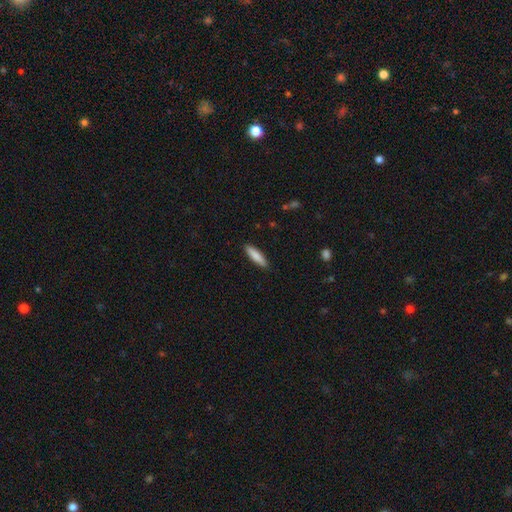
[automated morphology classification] smooth_or_featured: smooth (p=0.84) [alt: featured or disk p=0.11]
how_rounded: cigar-shaped (p=0.77) [alt: in between p=0.21]
merging: none (p=0.90) [alt: minor disturbance p=0.07]